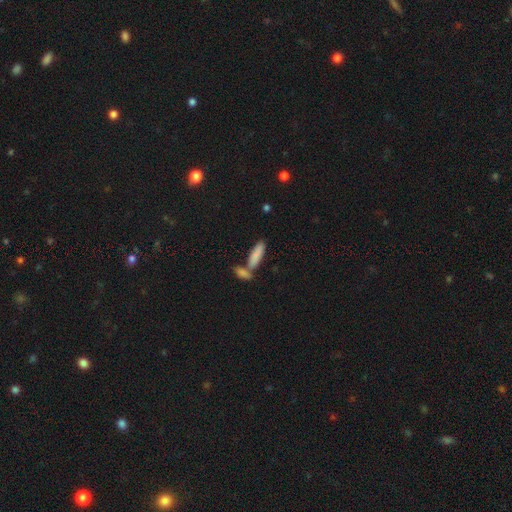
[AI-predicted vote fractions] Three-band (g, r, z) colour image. It shows a smooth galaxy with no disk features (81%) that is in between round and cigar-shaped (50%). Merging: none (48%).